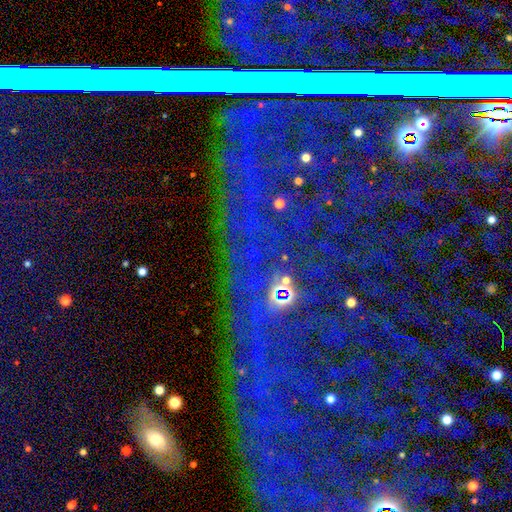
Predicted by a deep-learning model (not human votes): Overall: star or artifact (79%).